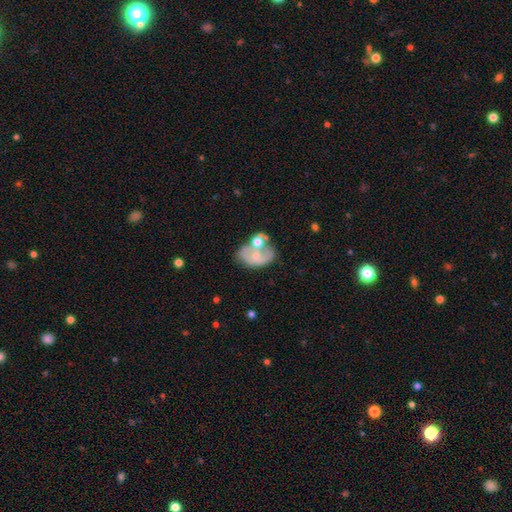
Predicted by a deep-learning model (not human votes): Morphology: type=featured or disk (54%); edge-on=no (97%); bar=no (77%); spiral arms=no (53%); bulge=small (50%); merging=merger (33%).